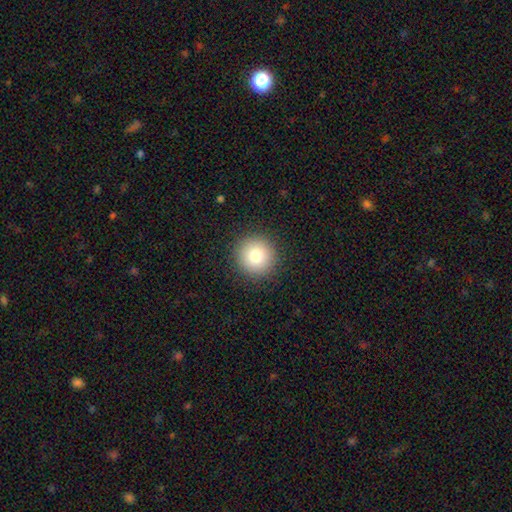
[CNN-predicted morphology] This appears to be a smooth galaxy with no disk features (80%) that is round (95%). Merging: none (91%).